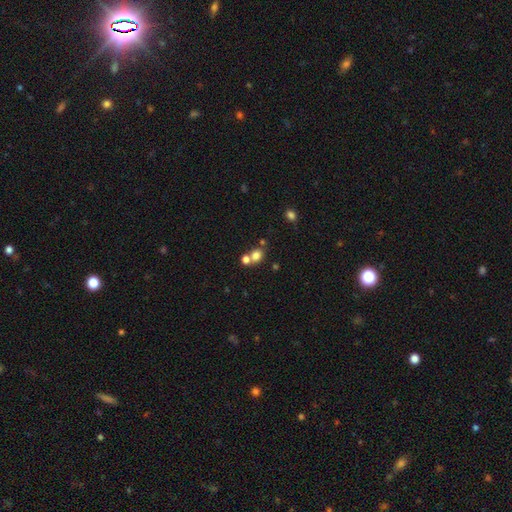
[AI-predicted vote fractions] Smooth or featured? smooth (76%)
How rounded? round (75%)
Merging? none (49%)